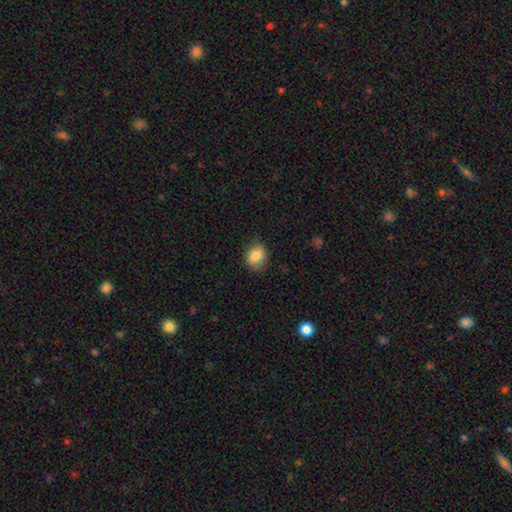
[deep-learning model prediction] Q: Smooth or featured?
A: smooth (84%); runner-up: star or artifact (8%)
Q: How rounded?
A: in between (50%); runner-up: round (49%)
Q: Merging?
A: none (78%); runner-up: minor disturbance (17%)